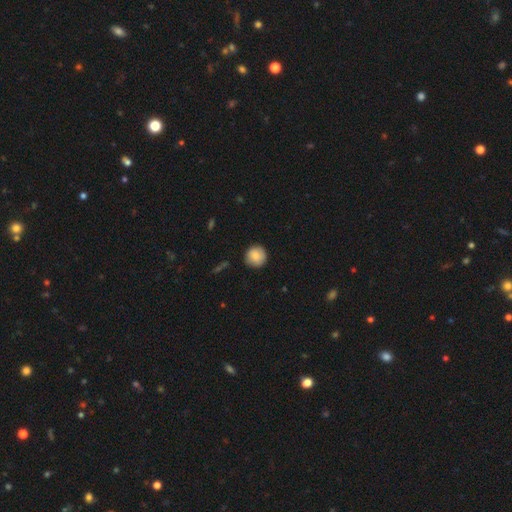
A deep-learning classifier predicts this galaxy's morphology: This is clearly a smooth galaxy (82%). How rounded: clearly round (93%). Merging: clearly none (86%).